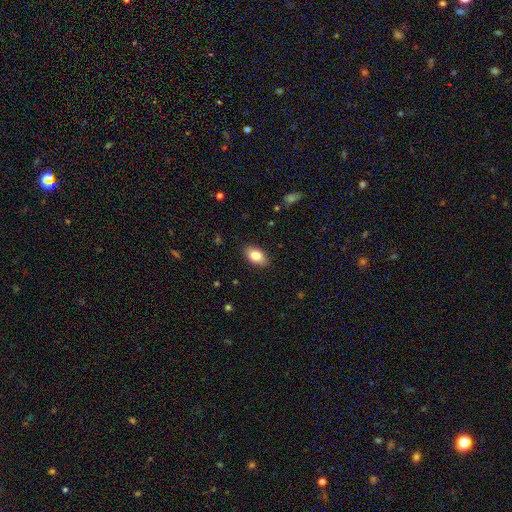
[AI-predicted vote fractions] A smooth galaxy with no disk features (81%) that is in between round and cigar-shaped (91%).

Vote fractions:
- Smooth or featured? smooth: 81% / featured or disk: 12% / star or artifact: 7%
- How rounded? in between: 91% / round: 6% / cigar-shaped: 3%
- Merging? none: 88% / minor disturbance: 9% / major disturbance: 2% / merger: 1%